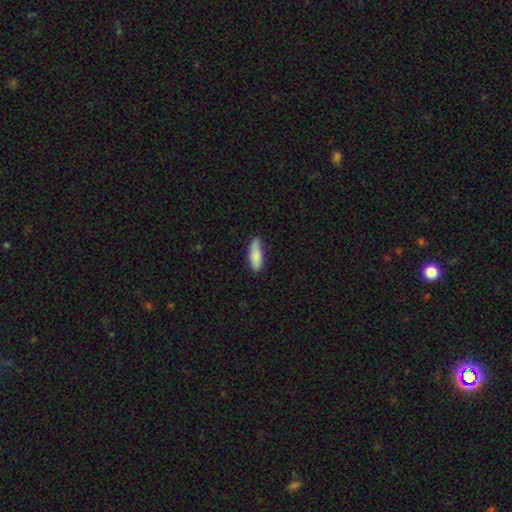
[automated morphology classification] This is clearly a smooth galaxy (85%). How rounded: possibly in between (53%). Merging: likely none (75%).